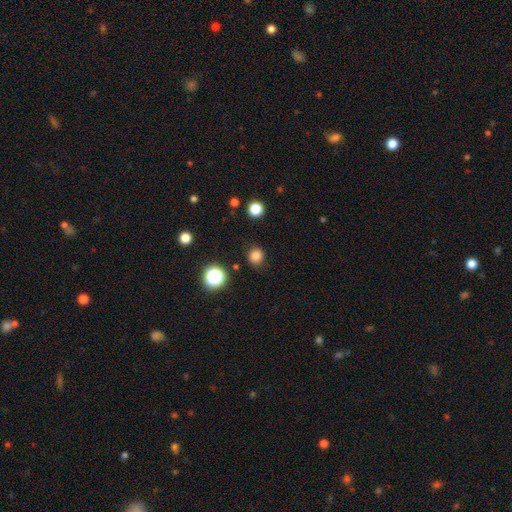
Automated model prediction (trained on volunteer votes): Smooth or featured: smooth — 81% (star or artifact — 15%)
How rounded: round — 88% (in between — 11%)
Merging: none — 88% (minor disturbance — 8%)